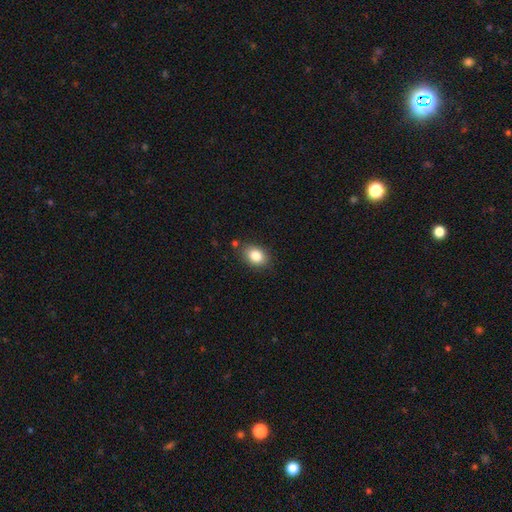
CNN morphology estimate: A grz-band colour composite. It shows a smooth galaxy with no disk features (84%) that is in between round and cigar-shaped (74%). Merging: none (81%).